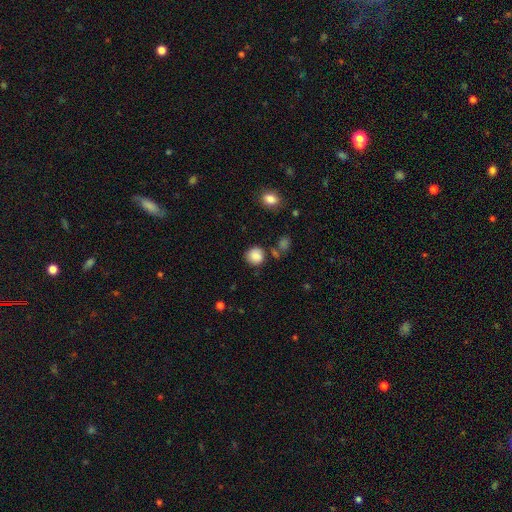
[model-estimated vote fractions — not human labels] Smooth or featured? Predicted: smooth (p=0.86). How rounded? Predicted: round (p=0.88). Merging? Predicted: none (p=0.77).